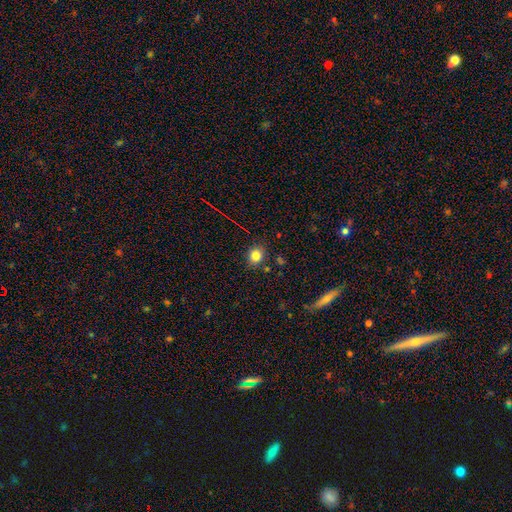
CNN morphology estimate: Q: Smooth or featured?
A: smooth (80%); runner-up: star or artifact (13%)
Q: How rounded?
A: round (69%); runner-up: in between (30%)
Q: Merging?
A: none (85%); runner-up: minor disturbance (10%)